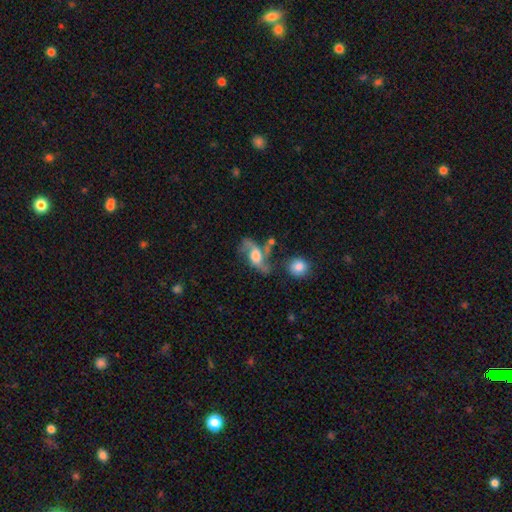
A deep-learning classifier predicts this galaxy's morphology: This is likely a featured or disk galaxy (71%). It is clearly not viewed edge-on (90%). Bar: possibly no (56%). Spiral arm pattern: clearly yes (88%). Spiral arm count: clearly 2 (89%). Spiral winding: likely loose (67%). Central bulge: possibly large (49%). Merging: possibly none (46%).